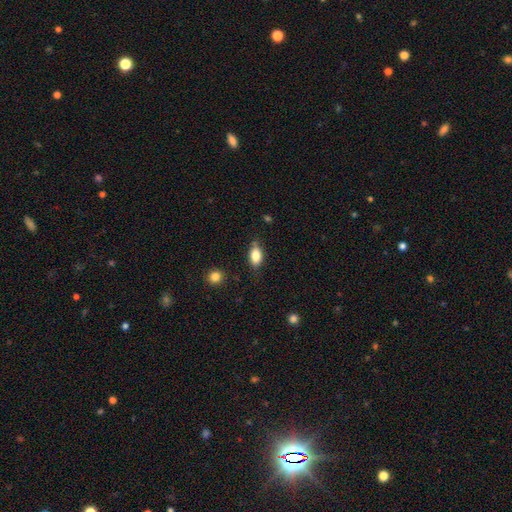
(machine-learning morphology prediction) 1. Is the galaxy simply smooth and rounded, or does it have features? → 83% smooth, 10% featured or disk, 8% star or artifact.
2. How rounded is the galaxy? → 88% in between, 7% round, 5% cigar-shaped.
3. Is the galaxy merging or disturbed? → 76% none, 18% minor disturbance, 4% major disturbance, 2% merger.